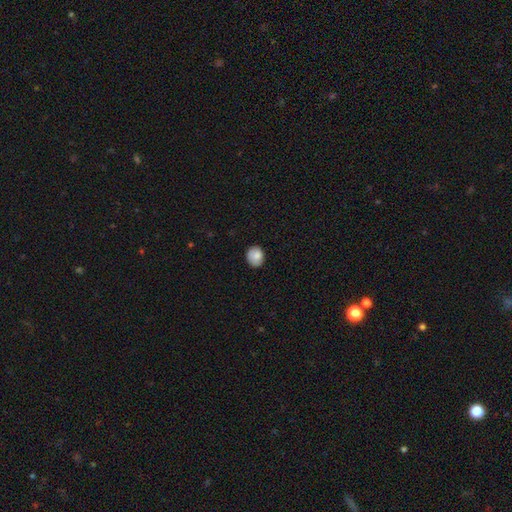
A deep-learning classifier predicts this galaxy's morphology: smooth 85%, star or artifact 8%, featured or disk 7%. Down the decision tree: how rounded — round (64%); merging — none (78%).